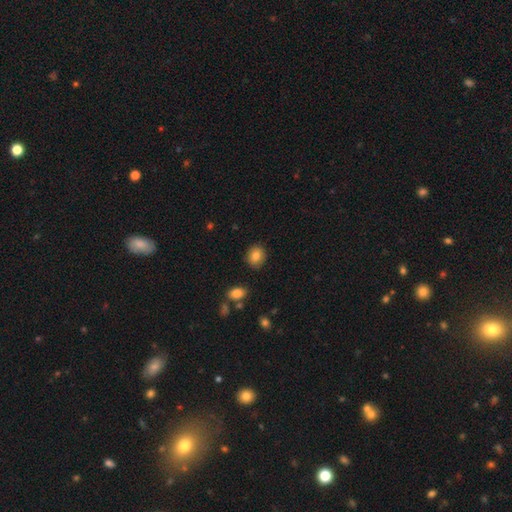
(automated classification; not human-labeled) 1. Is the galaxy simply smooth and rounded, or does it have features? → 83% smooth, 9% star or artifact, 8% featured or disk.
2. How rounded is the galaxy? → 70% round, 29% in between, 1% cigar-shaped.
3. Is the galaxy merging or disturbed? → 87% none, 9% minor disturbance, 2% major disturbance, 2% merger.